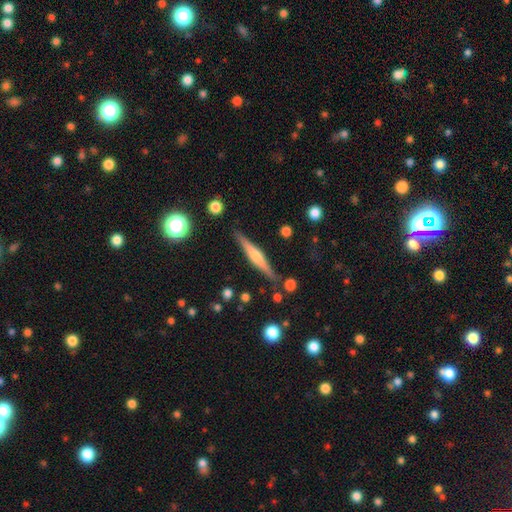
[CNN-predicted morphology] smooth_or_featured: featured or disk (p=0.66) [alt: smooth p=0.28]
disk_edge_on: yes (p=0.97) [alt: no p=0.03]
edge_on_bulge: rounded (p=0.79) [alt: none p=0.11]
merging: none (p=0.87) [alt: minor disturbance p=0.09]